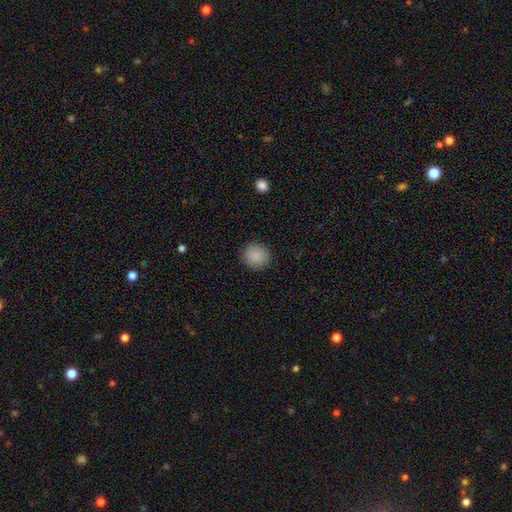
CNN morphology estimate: Smooth or featured?
  - smooth: 88% *
  - star or artifact: 8%
  - featured or disk: 3%
How rounded?
  - round: 89% *
  - in between: 10%
  - cigar-shaped: 1%
Merging?
  - none: 90% *
  - minor disturbance: 7%
  - major disturbance: 2%
  - merger: 1%